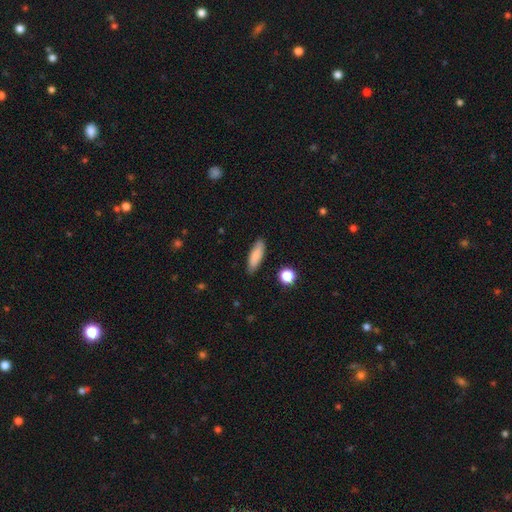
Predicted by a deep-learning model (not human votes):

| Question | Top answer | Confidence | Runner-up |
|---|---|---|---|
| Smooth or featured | smooth | 84% | featured or disk (9%) |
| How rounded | in between | 51% | cigar-shaped (47%) |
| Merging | none | 85% | minor disturbance (11%) |